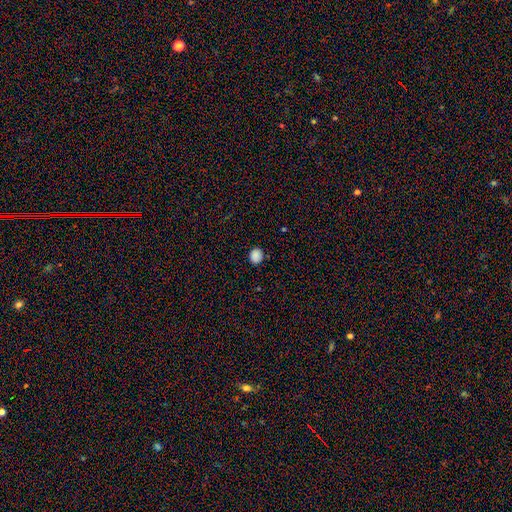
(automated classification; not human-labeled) smooth-or-featured: smooth: 86% | star or artifact: 11% | featured or disk: 3%
  how-rounded: round: 75% | in between: 24% | cigar-shaped: 1%
  merging: none: 90% | minor disturbance: 7% | major disturbance: 2% | merger: 1%